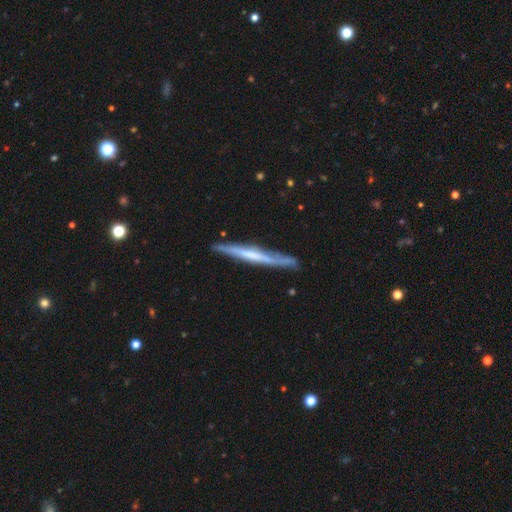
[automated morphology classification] smooth-or-featured: featured or disk: 64% | smooth: 30% | star or artifact: 6%
  disk-edge-on: yes: 93% | no: 7%
    edge-on-bulge: none: 64% | rounded: 20% | boxy: 16%
  merging: none: 83% | minor disturbance: 13% | major disturbance: 2% | merger: 2%